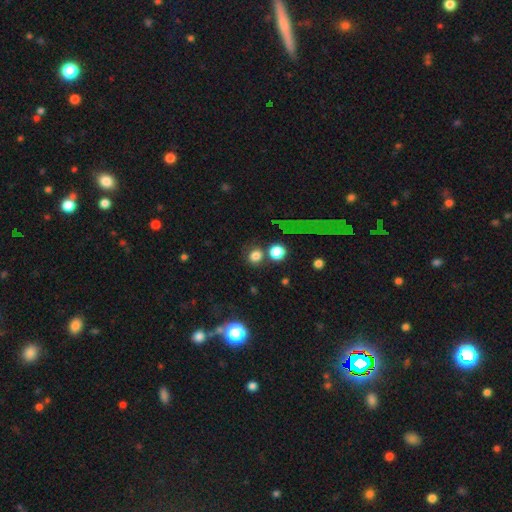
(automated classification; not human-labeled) Morphology: type=smooth (78%); roundness=round (84%); merging=none (71%).